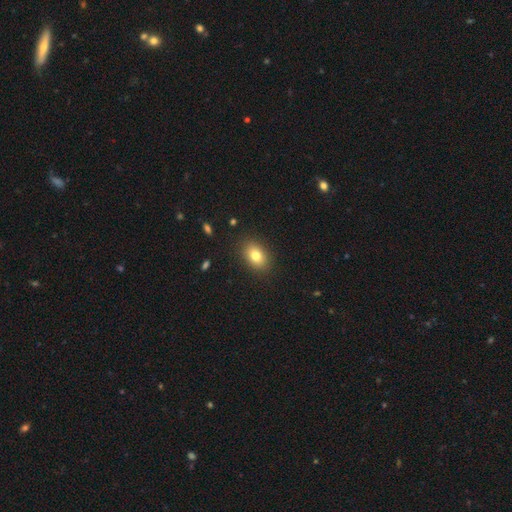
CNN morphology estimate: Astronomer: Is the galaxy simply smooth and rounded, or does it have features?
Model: smooth — 80%.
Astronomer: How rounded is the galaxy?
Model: in between — 79%.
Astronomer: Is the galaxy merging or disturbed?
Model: none — 88%.